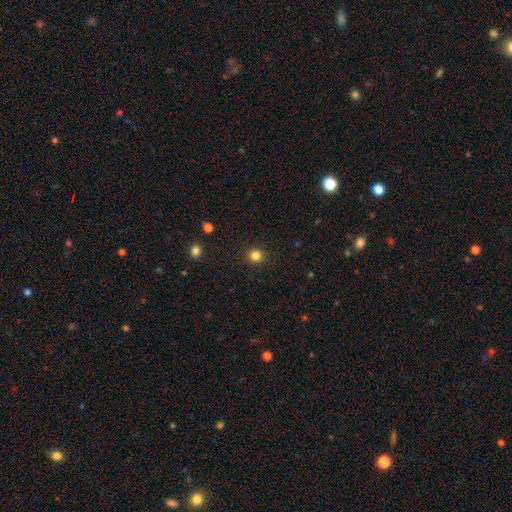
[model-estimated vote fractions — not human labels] This appears to be a smooth galaxy with no disk features (83%) that is round (91%). Merging: none (91%).